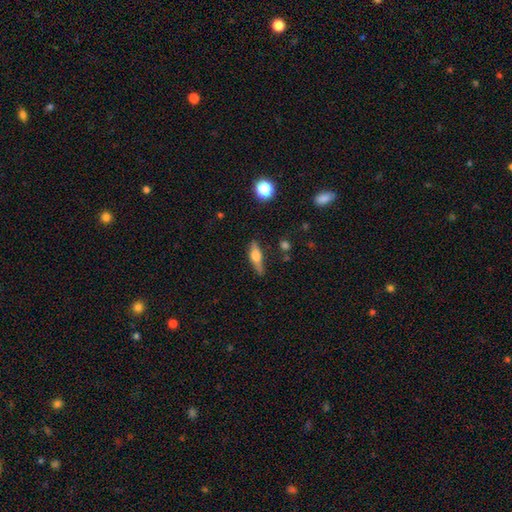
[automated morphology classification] type=featured or disk (47%); merging=none (73%).